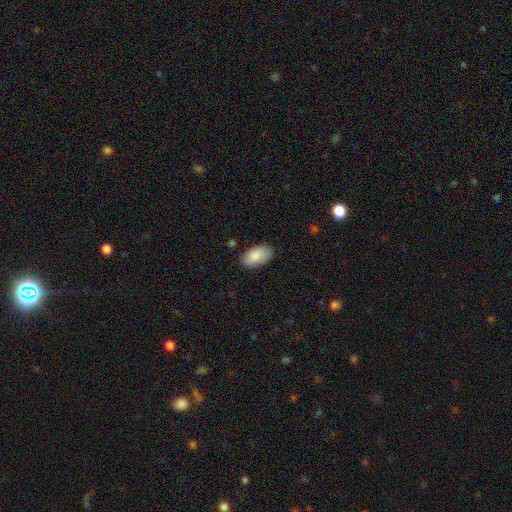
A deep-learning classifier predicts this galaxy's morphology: type=smooth (87%); roundness=in between (95%); merging=none (84%).